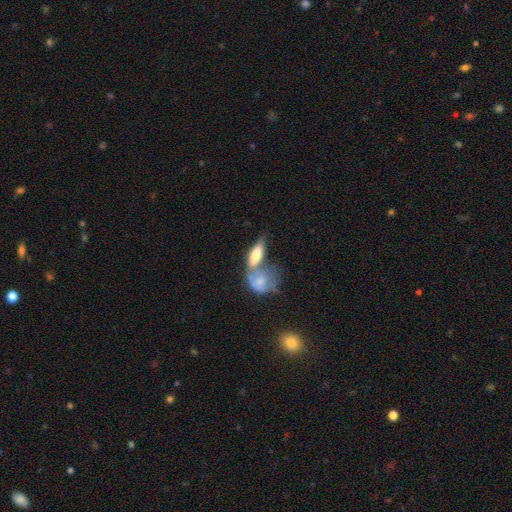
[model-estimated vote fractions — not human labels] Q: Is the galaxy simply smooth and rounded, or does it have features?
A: smooth — 64%.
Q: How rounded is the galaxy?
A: in between — 72%.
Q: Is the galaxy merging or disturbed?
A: merger — 57%.